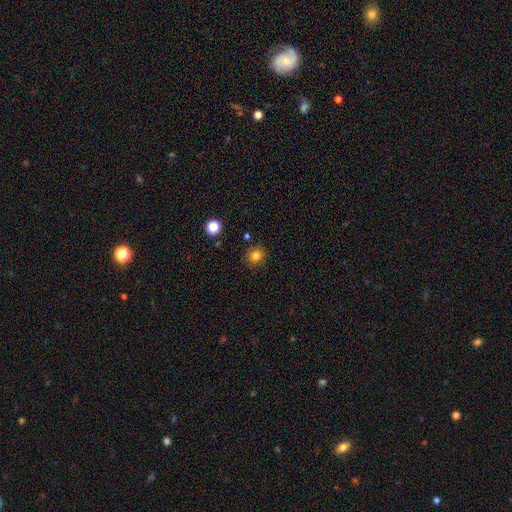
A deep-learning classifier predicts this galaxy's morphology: smooth 81%, star or artifact 13%, featured or disk 6%. Down the decision tree: how rounded — round (84%); merging — none (86%).